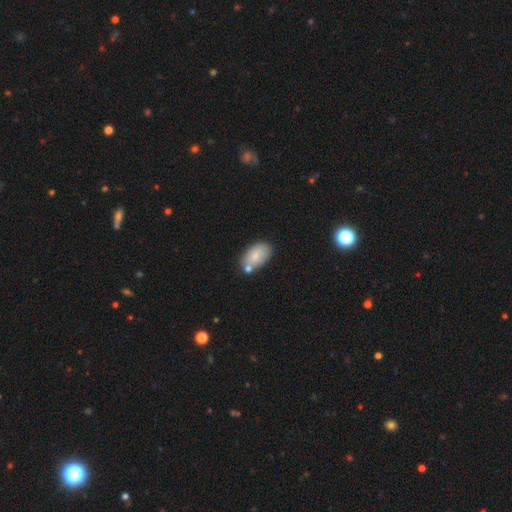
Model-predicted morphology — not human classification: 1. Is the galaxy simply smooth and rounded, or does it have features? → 78% smooth, 15% featured or disk, 7% star or artifact.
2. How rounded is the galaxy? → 93% in between, 5% round, 2% cigar-shaped.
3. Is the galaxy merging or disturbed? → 65% none, 16% merger, 16% minor disturbance, 3% major disturbance.